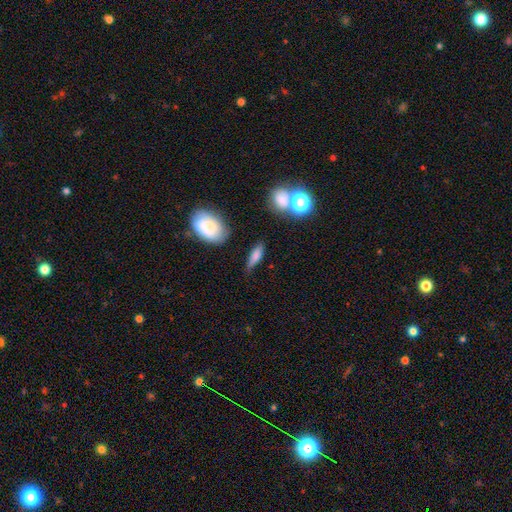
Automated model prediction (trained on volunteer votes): Q: Smooth or featured?
A: smooth (73%); runner-up: featured or disk (18%)
Q: How rounded?
A: cigar-shaped (47%); tied with: in between (47%)
Q: Merging?
A: none (68%); runner-up: minor disturbance (21%)